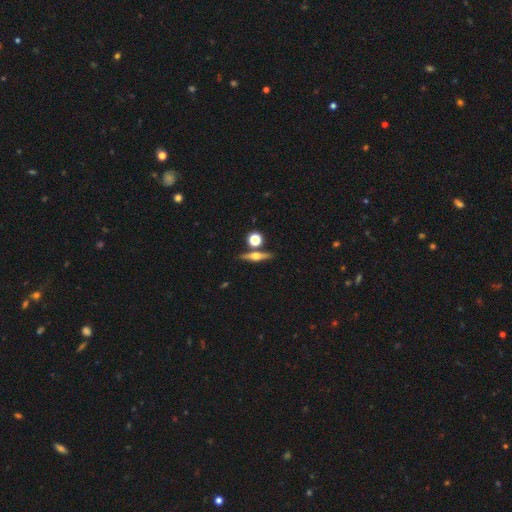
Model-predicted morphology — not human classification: Smooth or featured?
  - featured or disk: 69% *
  - smooth: 22%
  - star or artifact: 9%
Edge-on disk?
  - yes: 96% *
  - no: 4%
Edge-on bulge?
  - rounded: 94% *
  - boxy: 4%
  - none: 2%
Merging?
  - none: 80% *
  - merger: 9%
  - minor disturbance: 8%
  - major disturbance: 3%